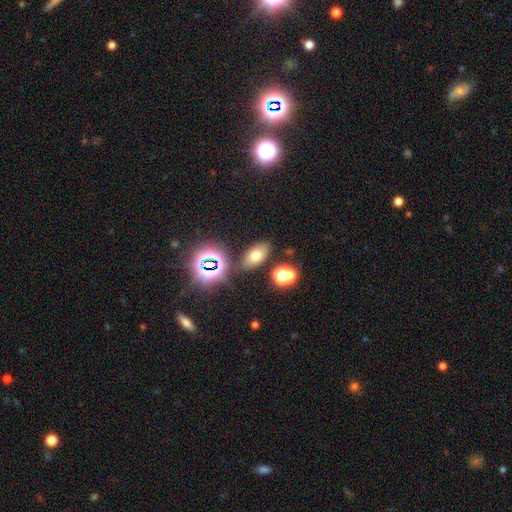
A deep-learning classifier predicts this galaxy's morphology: Overall: smooth (62%; star or artifact 23%). How rounded: in between (85%). Merging: none (80%).